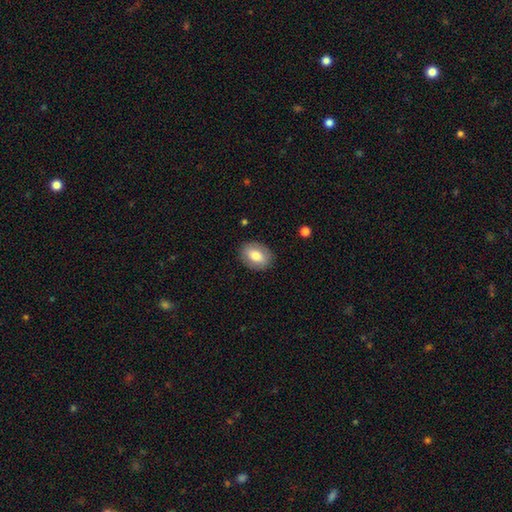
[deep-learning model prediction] Smooth or featured? smooth (73%)
How rounded? in between (74%)
Merging? none (86%)